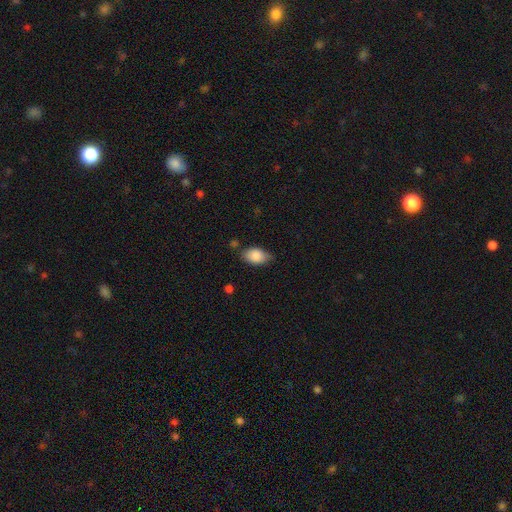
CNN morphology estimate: The model was most divided on "merging": none: 67%, minor disturbance: 25%, major disturbance: 5%, merger: 3%. More confident: how rounded — in between (90%); smooth or featured — smooth (86%).